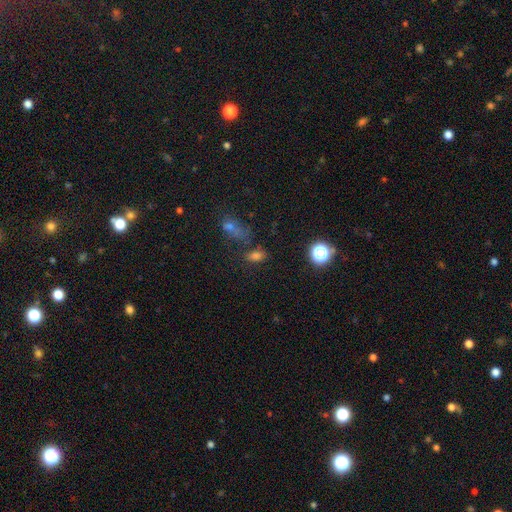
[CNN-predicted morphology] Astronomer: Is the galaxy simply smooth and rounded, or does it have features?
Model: smooth — 65%.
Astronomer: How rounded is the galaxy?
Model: in between — 78%.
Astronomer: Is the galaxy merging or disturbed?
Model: none — 60%.